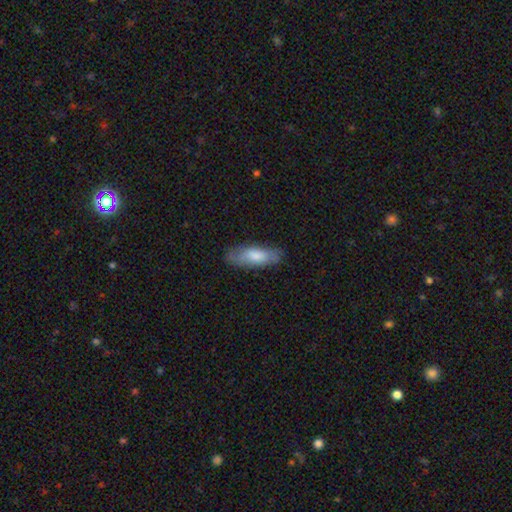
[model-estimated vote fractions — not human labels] A smooth galaxy with no disk features (71%) that is in between round and cigar-shaped (64%). Merging: none (76%).